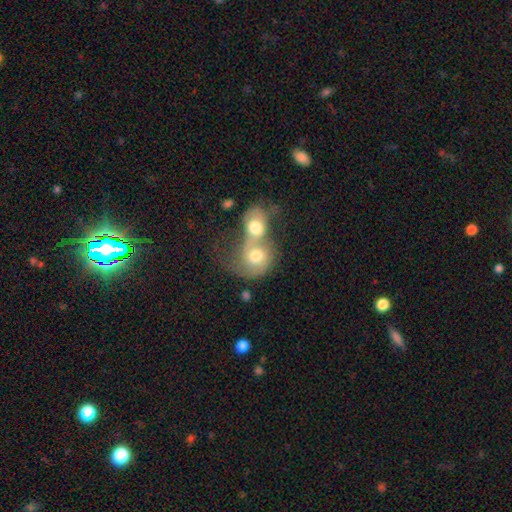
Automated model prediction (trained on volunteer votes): This appears to be a smooth galaxy with no disk features (55%) that is round (63%). Merging: merger (80%).